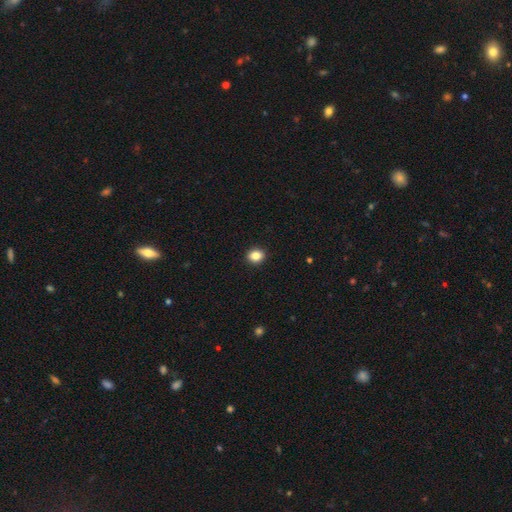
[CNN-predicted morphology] smooth 86%, star or artifact 10%, featured or disk 4%. Down the decision tree: how rounded — round (63%); merging — none (92%).